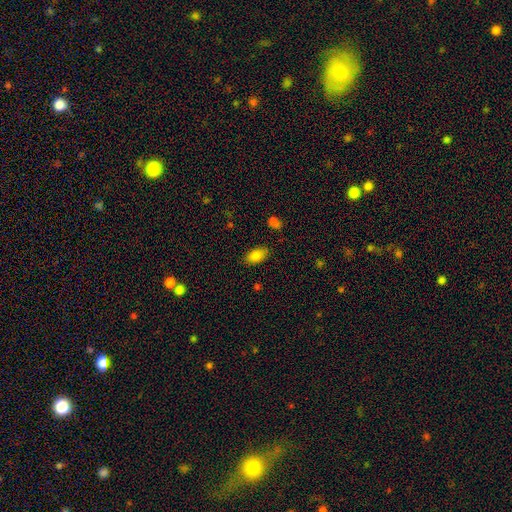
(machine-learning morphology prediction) A smooth galaxy with no disk features (84%) that is in between round and cigar-shaped (92%).

Vote fractions:
- Smooth or featured? smooth: 84% / star or artifact: 9% / featured or disk: 7%
- How rounded? in between: 92% / round: 6% / cigar-shaped: 3%
- Merging? none: 83% / minor disturbance: 12% / major disturbance: 3% / merger: 2%